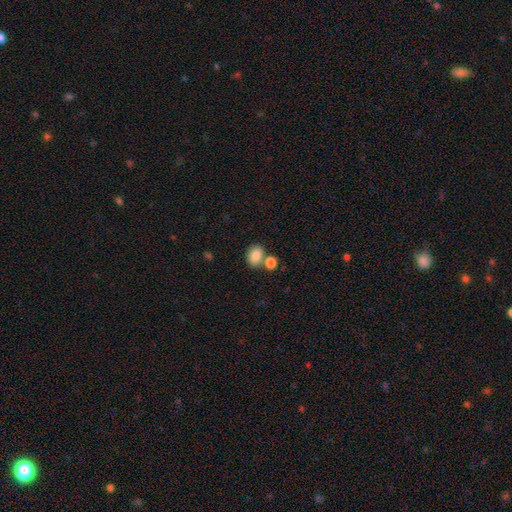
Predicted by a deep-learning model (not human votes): This appears to be a smooth galaxy with no disk features (85%) that is in between round and cigar-shaped (67%). Merging: none (57%).